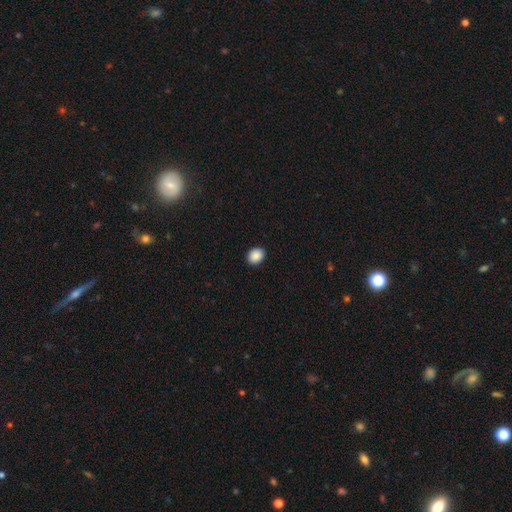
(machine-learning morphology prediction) The model was most divided on "how rounded": in between: 51%, round: 48%, cigar-shaped: 1%. More confident: merging — none (91%); smooth or featured — smooth (90%).